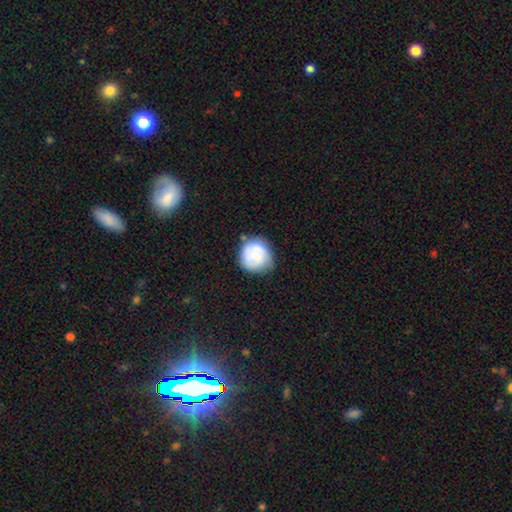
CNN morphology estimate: smooth_or_featured: smooth (p=0.64) [alt: featured or disk p=0.29]
how_rounded: round (p=0.86) [alt: in between p=0.13]
merging: none (p=0.59) [alt: minor disturbance p=0.28]